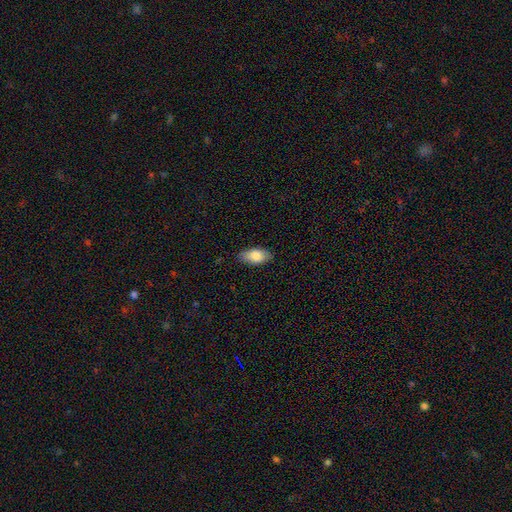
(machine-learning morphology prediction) smooth_or_featured: smooth (p=0.82) [alt: featured or disk p=0.12]
how_rounded: in between (p=0.92) [alt: cigar-shaped p=0.05]
merging: none (p=0.84) [alt: minor disturbance p=0.13]